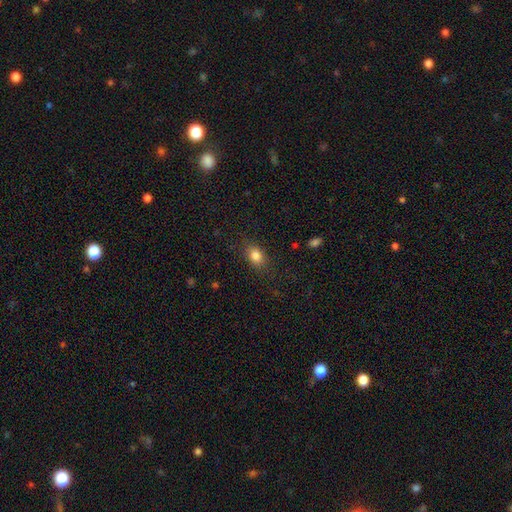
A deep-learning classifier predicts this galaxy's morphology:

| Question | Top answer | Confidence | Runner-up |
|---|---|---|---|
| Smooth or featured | smooth | 83% | star or artifact (10%) |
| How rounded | in between | 75% | round (23%) |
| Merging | none | 83% | minor disturbance (12%) |